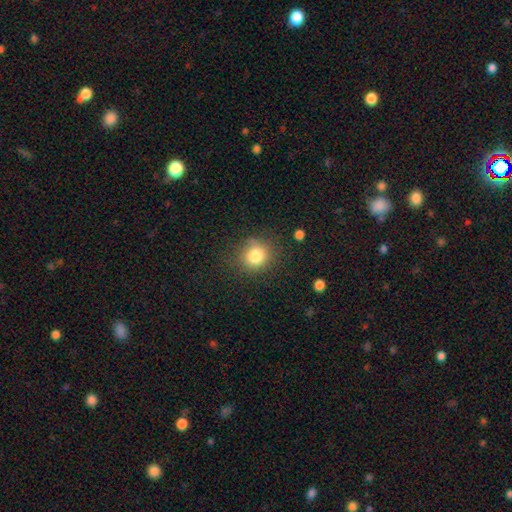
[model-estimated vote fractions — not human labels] Overall: smooth (81%). How rounded: round (83%). Merging: none (79%).